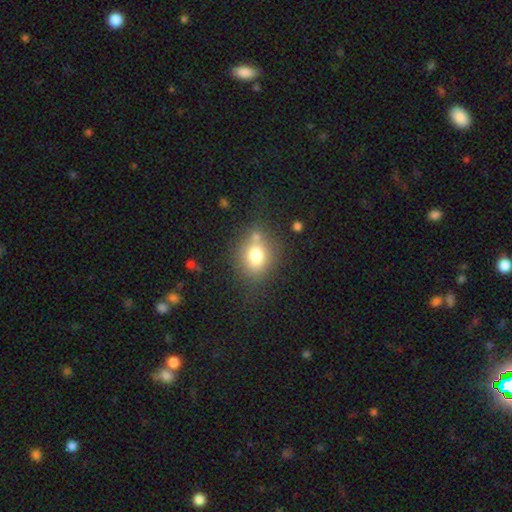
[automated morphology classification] Smooth or featured? smooth (76%)
How rounded? round (51%)
Merging? none (64%)